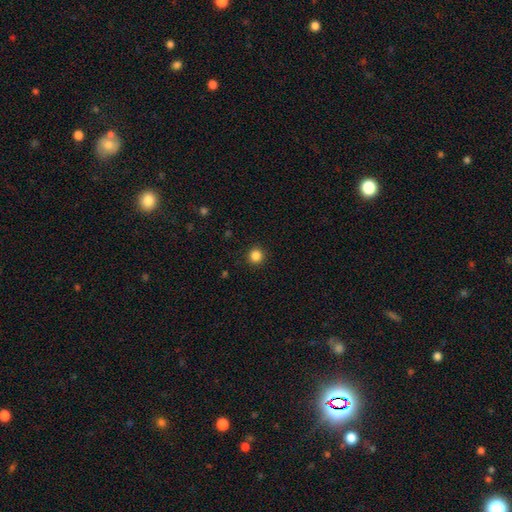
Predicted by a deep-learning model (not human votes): Overall: smooth (85%). How rounded: round (95%). Merging: none (92%).